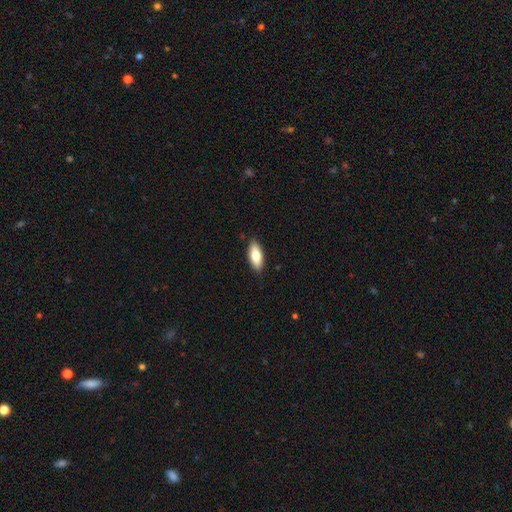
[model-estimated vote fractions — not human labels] Smooth or featured? Predicted: smooth (p=0.79). How rounded? Predicted: in between (p=0.78). Merging? Predicted: none (p=0.88).